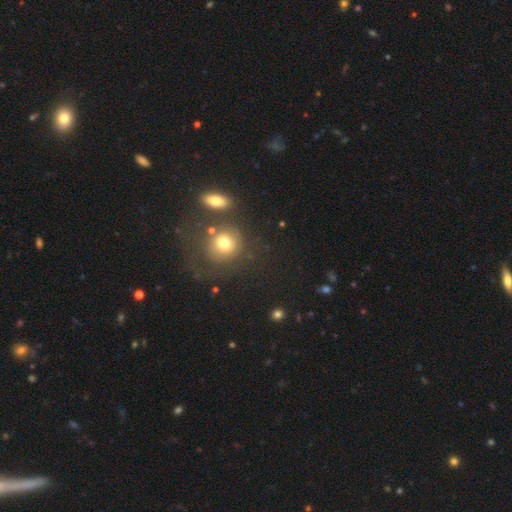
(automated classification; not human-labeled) Overall: smooth (54%; star or artifact 33%). How rounded: round (84%). Merging: none (61%; merger 24%).